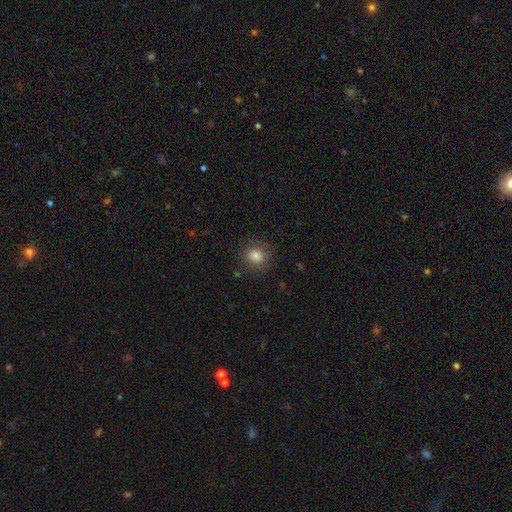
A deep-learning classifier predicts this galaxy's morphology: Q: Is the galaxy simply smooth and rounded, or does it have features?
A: smooth — 82%.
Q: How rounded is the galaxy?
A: round — 79%.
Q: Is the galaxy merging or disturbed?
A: none — 86%.